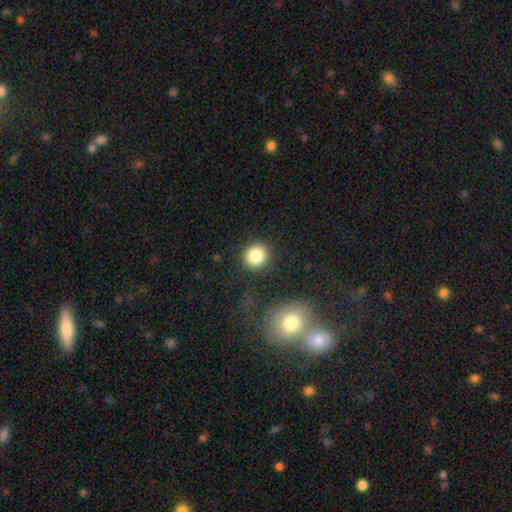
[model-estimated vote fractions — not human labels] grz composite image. It shows a smooth galaxy with no disk features (85%) that is round (88%). Merging: none (87%).